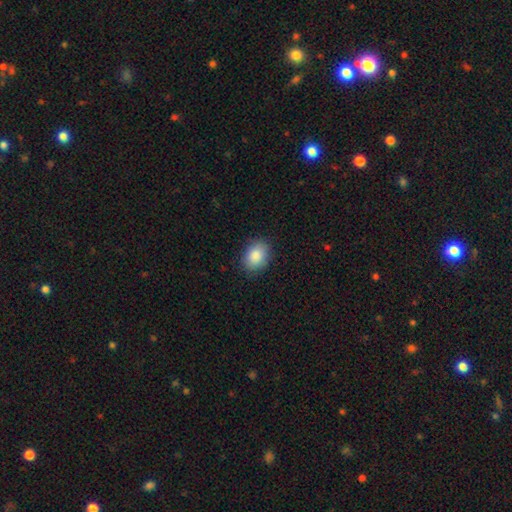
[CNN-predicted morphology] A smooth galaxy with no disk features (88%) that is in between round and cigar-shaped (62%).

Vote fractions:
- Smooth or featured? smooth: 88% / star or artifact: 8% / featured or disk: 5%
- How rounded? in between: 62% / round: 37% / cigar-shaped: 1%
- Merging? none: 86% / minor disturbance: 10% / major disturbance: 3% / merger: 1%